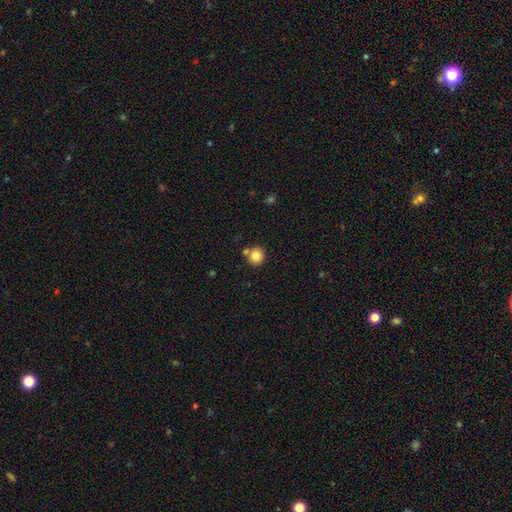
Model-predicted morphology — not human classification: The model was most divided on "merging": none: 74%, merger: 14%, minor disturbance: 9%, major disturbance: 2%. More confident: how rounded — round (90%); smooth or featured — smooth (83%).